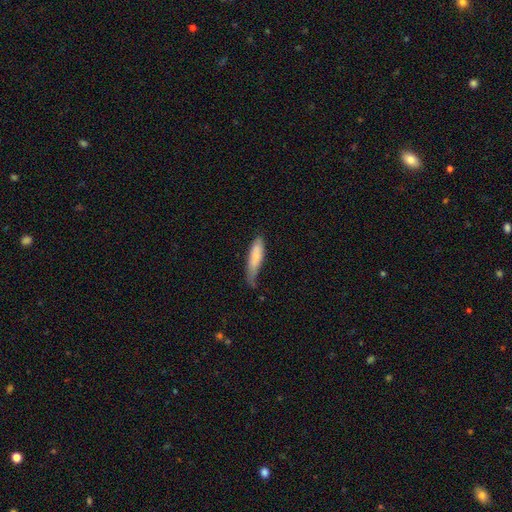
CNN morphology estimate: The model was most divided on "merging": none: 44%, minor disturbance: 40%, major disturbance: 13%, merger: 3%. More confident: smooth or featured — smooth (79%); how rounded — cigar-shaped (73%).